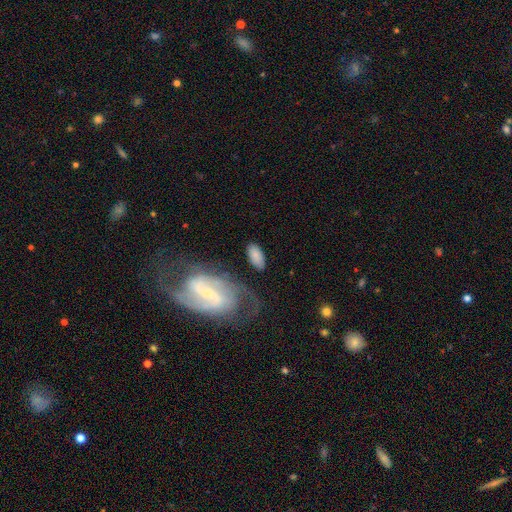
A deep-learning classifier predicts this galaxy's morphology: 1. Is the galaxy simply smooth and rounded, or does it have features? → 74% smooth, 20% featured or disk, 7% star or artifact.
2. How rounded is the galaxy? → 91% in between, 5% cigar-shaped, 3% round.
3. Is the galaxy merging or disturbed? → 69% none, 16% minor disturbance, 8% major disturbance, 7% merger.